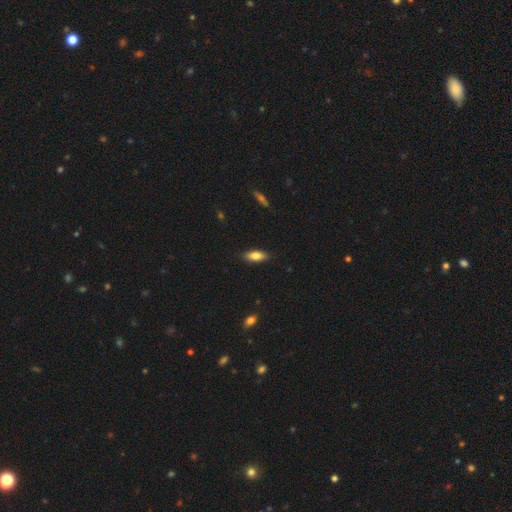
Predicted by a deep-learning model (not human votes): A smooth galaxy with no disk features (79%) that is in between round and cigar-shaped (75%). Merging: none (86%).